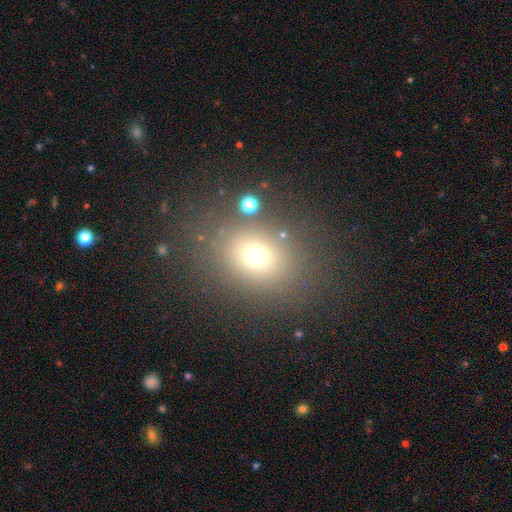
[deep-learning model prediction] This is likely a smooth galaxy (69%). How rounded: possibly round (57%). Merging: likely none (79%).